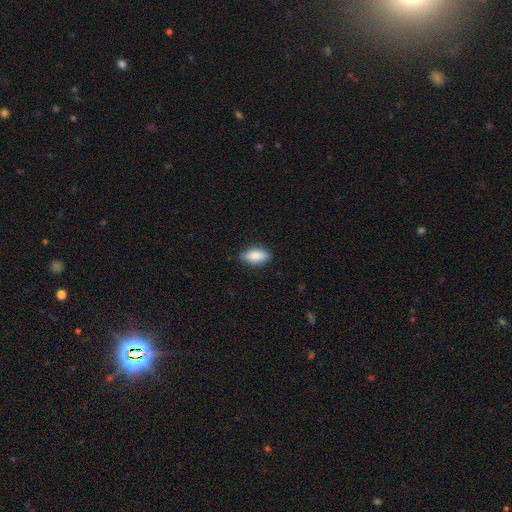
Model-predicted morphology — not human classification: The model was most divided on "merging": none: 82%, minor disturbance: 14%, major disturbance: 3%, merger: 1%. More confident: how rounded — in between (87%); smooth or featured — smooth (84%).